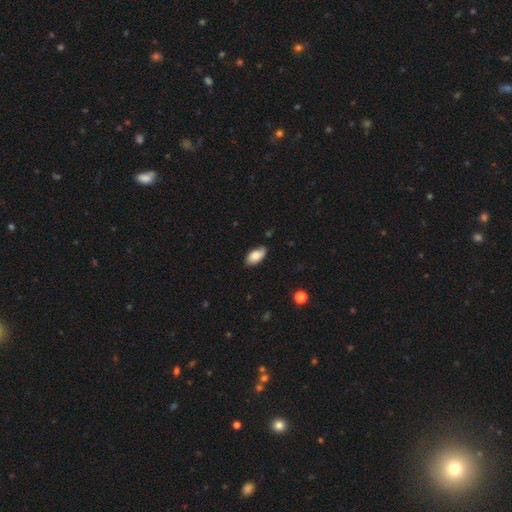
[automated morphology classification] This is likely a smooth galaxy (78%). How rounded: clearly in between (93%). Merging: likely none (73%).